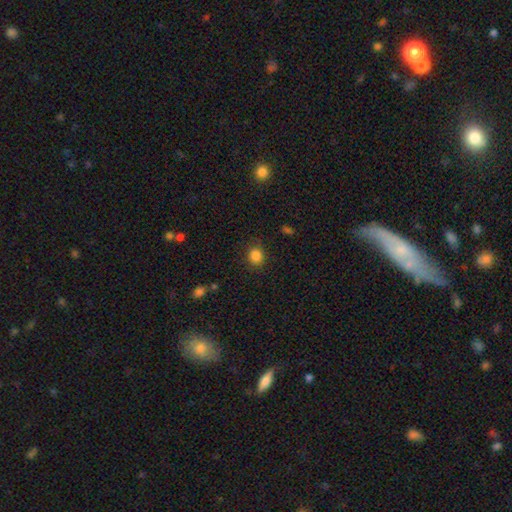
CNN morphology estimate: smooth_or_featured: smooth (p=0.85) [alt: star or artifact p=0.11]
how_rounded: round (p=0.74) [alt: in between p=0.25]
merging: none (p=0.85) [alt: minor disturbance p=0.10]